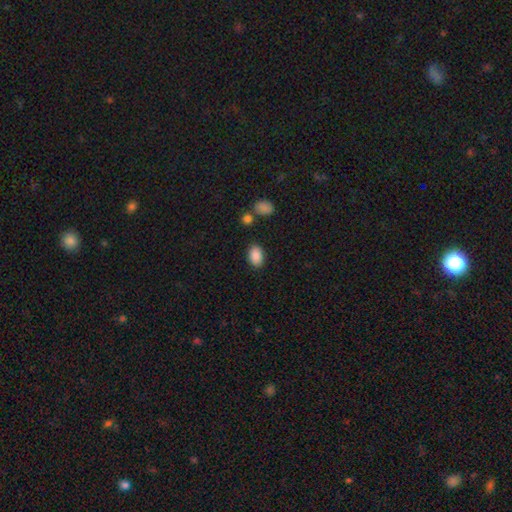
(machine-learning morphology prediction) smooth-or-featured: smooth: 88% | star or artifact: 8% | featured or disk: 4%
  how-rounded: in between: 89% | round: 10% | cigar-shaped: 1%
  merging: none: 84% | minor disturbance: 10% | merger: 3% | major disturbance: 3%